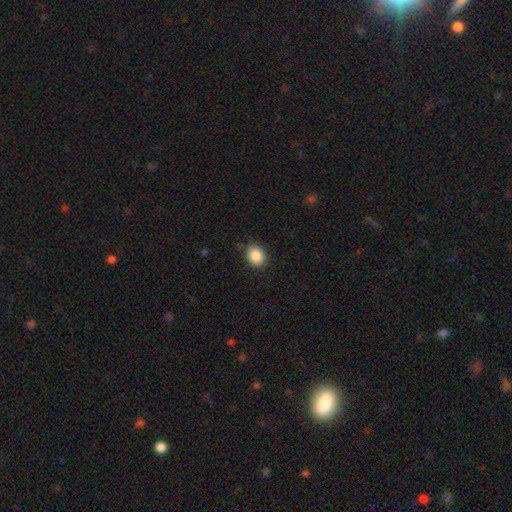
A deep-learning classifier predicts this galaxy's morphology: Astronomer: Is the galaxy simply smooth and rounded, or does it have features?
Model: smooth — 88%.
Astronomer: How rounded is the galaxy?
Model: round — 57% (runner-up: in between, 43%).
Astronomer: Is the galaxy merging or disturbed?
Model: none — 84%.